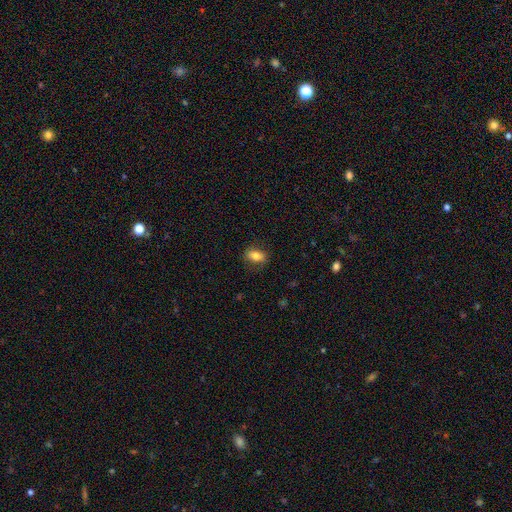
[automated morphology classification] smooth-or-featured: smooth: 76% | featured or disk: 16% | star or artifact: 8%
  how-rounded: in between: 82% | round: 13% | cigar-shaped: 5%
  merging: none: 81% | minor disturbance: 14% | major disturbance: 4% | merger: 1%